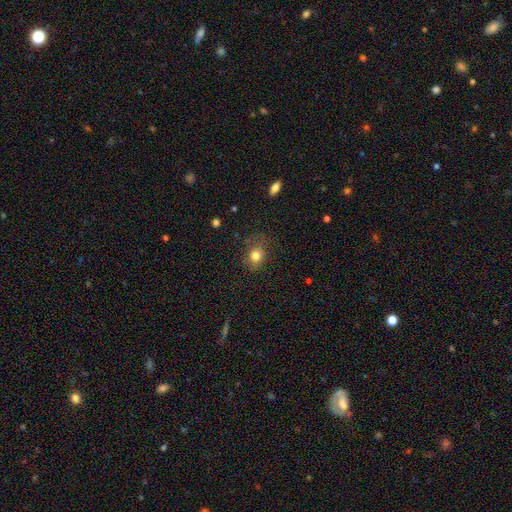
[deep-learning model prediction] Smooth or featured? smooth (79%)
How rounded? round (59%)
Merging? none (68%)